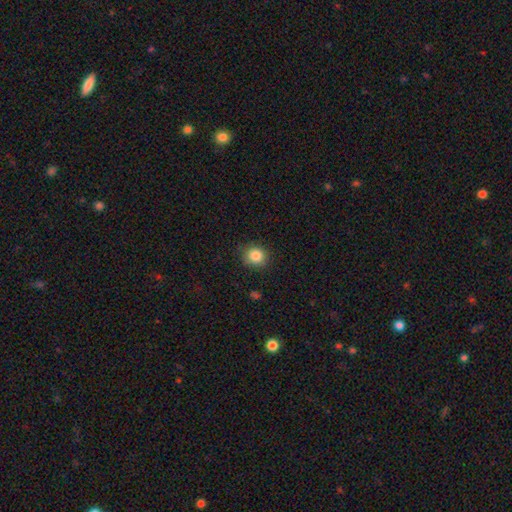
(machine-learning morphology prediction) A smooth galaxy with no disk features (85%) that is round (84%).

Vote fractions:
- Smooth or featured? smooth: 85% / star or artifact: 10% / featured or disk: 5%
- How rounded? round: 84% / in between: 16% / cigar-shaped: 1%
- Merging? none: 87% / minor disturbance: 10% / major disturbance: 3% / merger: 1%